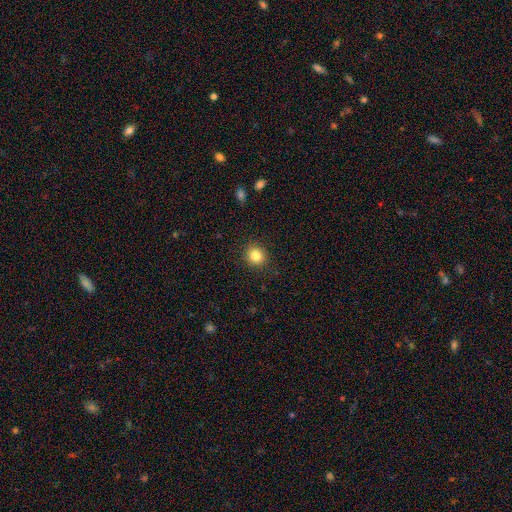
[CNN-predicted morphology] A smooth galaxy with no disk features (83%) that is round (86%). Merging: none (90%).